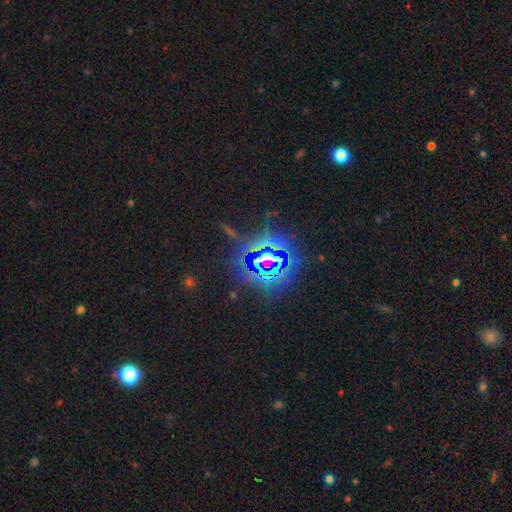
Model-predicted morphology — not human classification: This is likely a star or artifact rather than a galaxy (79%).